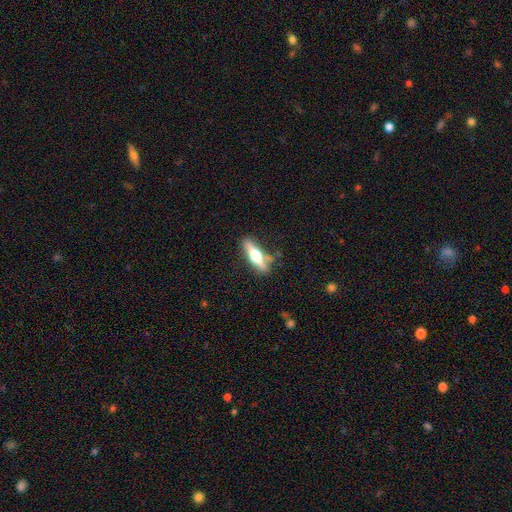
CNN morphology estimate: Smooth or featured? featured or disk (56%)
Edge-on disk? yes (93%)
Edge-on bulge? rounded (94%)
Merging? none (76%)